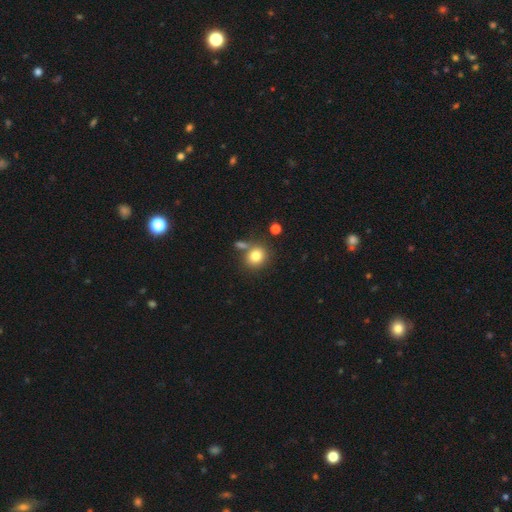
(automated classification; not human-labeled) Morphology: type=smooth (81%); roundness=round (76%); merging=none (68%).